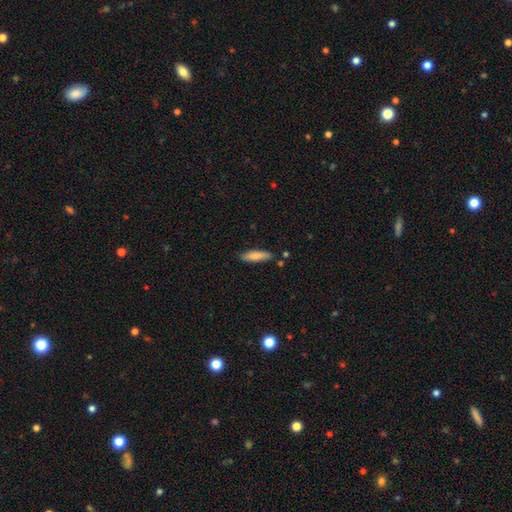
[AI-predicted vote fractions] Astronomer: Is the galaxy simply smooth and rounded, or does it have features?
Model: smooth — 83%.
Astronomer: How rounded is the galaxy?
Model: cigar-shaped — 65%.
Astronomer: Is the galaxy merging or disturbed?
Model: none — 81%.